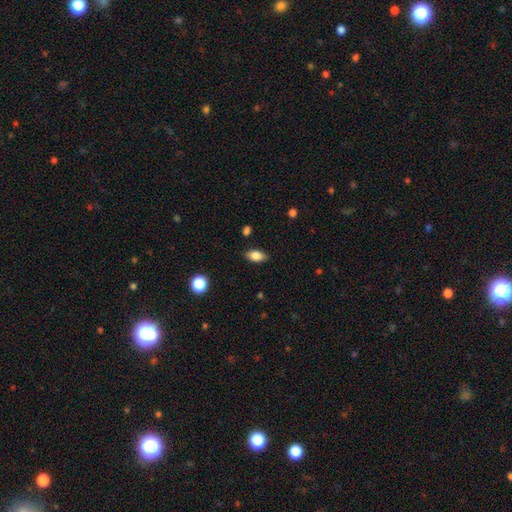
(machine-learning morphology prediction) The model was most divided on "merging": none: 85%, minor disturbance: 11%, major disturbance: 3%, merger: 1%. More confident: how rounded — in between (89%); smooth or featured — smooth (83%).